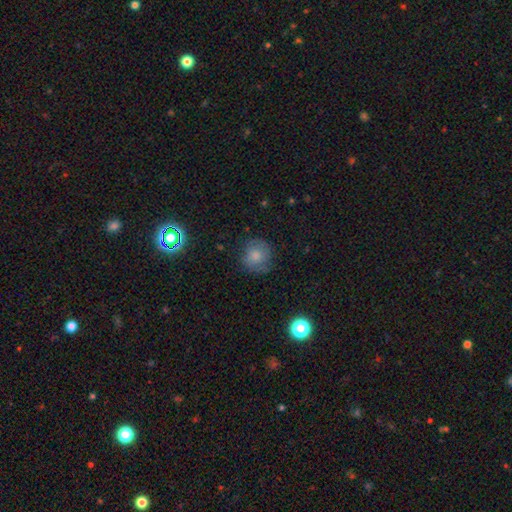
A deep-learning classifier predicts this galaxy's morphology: This appears to be a smooth galaxy with no disk features (74%) that is round (89%). Merging: none (72%).